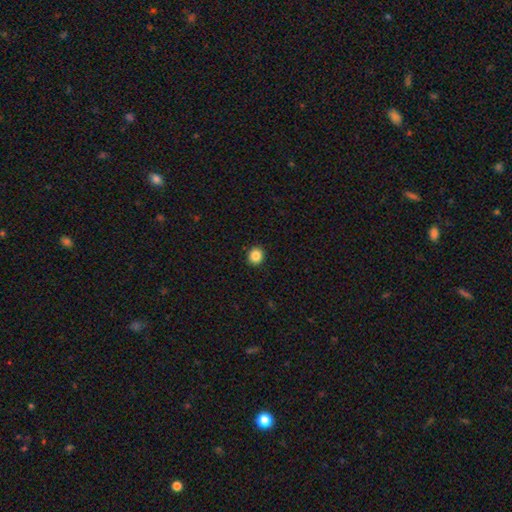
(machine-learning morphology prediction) Smooth or featured? smooth (86%)
How rounded? round (84%)
Merging? none (92%)